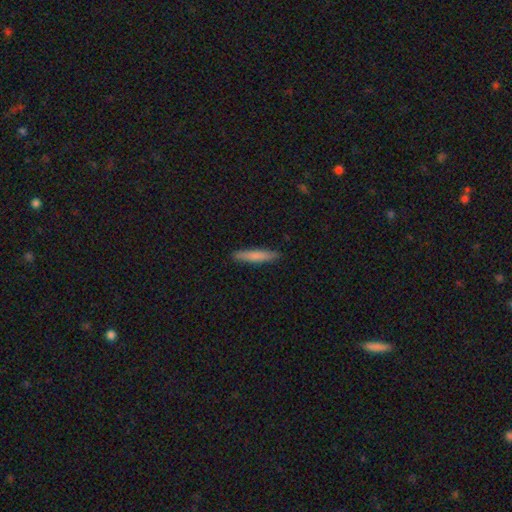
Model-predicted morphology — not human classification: Smooth or featured? Predicted: smooth (p=0.78). How rounded? Predicted: cigar-shaped (p=0.90). Merging? Predicted: none (p=0.89).